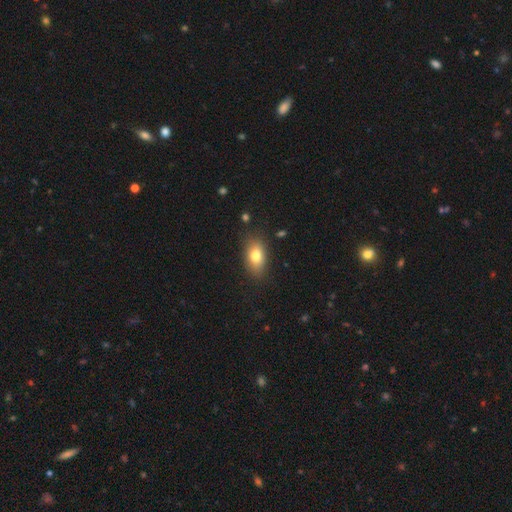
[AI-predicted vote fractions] A smooth galaxy with no disk features (78%) that is in between round and cigar-shaped (88%). Merging: none (82%).